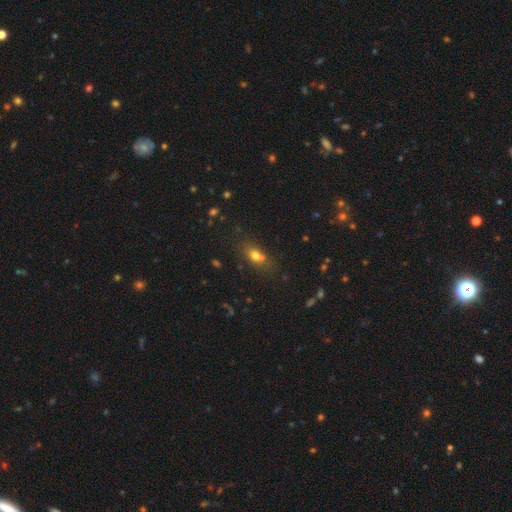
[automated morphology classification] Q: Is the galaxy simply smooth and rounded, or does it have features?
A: smooth — 68%.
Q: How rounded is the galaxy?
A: in between — 63%.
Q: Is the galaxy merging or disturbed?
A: none — 52%.